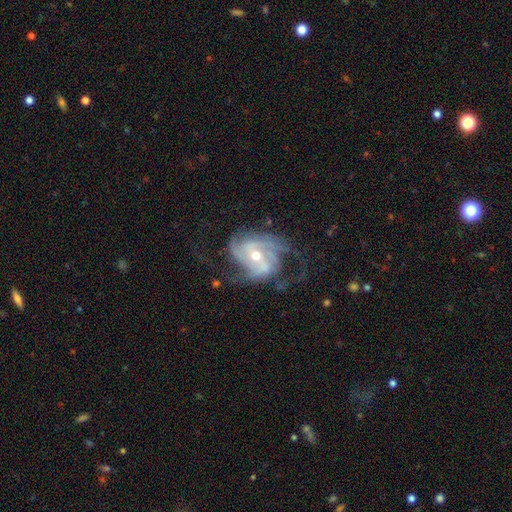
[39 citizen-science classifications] A featured or disk galaxy (92%) with no bar (39%), 2 (46%) medium (40%) spiral arms (97%) and a moderate central bulge (50%). Merging: none (63%).